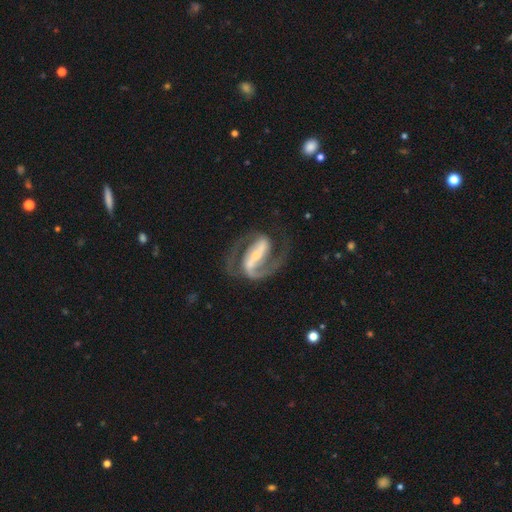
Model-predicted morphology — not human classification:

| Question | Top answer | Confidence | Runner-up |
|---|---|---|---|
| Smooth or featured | featured or disk | 92% | smooth (5%) |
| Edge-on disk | no | 97% | yes (3%) |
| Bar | strong | 73% | weak (19%) |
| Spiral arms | yes | 97% | no (3%) |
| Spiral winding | medium | 59% | tight (24%) |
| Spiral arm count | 2 | 91% | 1 (4%) |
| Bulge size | small | 55% | moderate (35%) |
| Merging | none | 74% | minor disturbance (13%) |